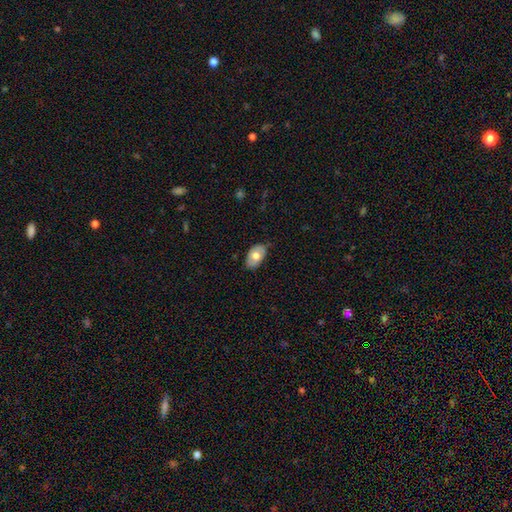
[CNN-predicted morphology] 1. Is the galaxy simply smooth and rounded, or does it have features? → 65% smooth, 29% featured or disk, 6% star or artifact.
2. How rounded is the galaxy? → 92% in between, 7% round, 1% cigar-shaped.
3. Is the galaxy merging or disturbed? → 76% none, 20% minor disturbance, 3% major disturbance, 1% merger.